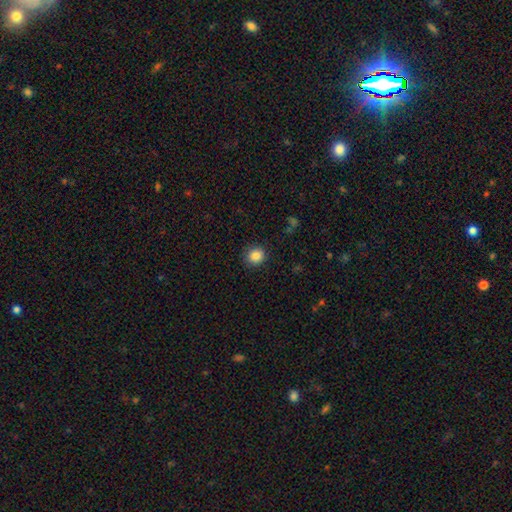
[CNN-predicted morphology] This appears to be a smooth galaxy with no disk features (86%) that is round (83%). Merging: none (89%).